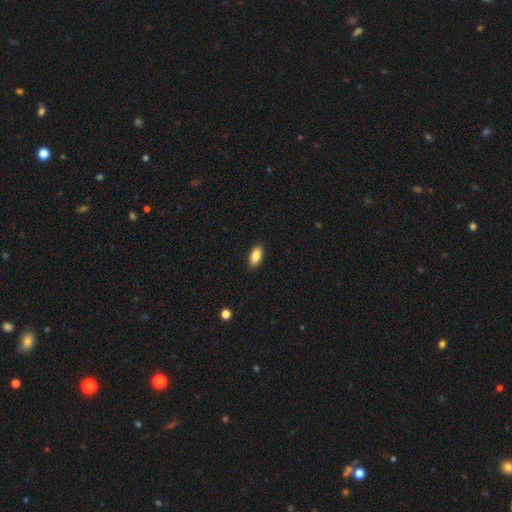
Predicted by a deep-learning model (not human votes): Smooth or featured? smooth (84%)
How rounded? in between (89%)
Merging? none (90%)